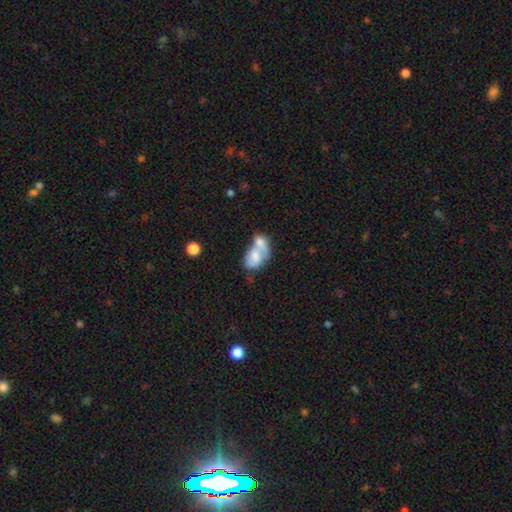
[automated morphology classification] smooth 61%, featured or disk 31%, star or artifact 7%. Down the decision tree: how rounded — in between (82%); merging — merger (74%).